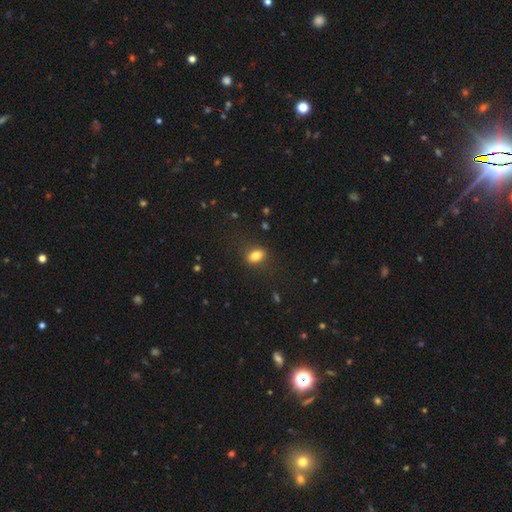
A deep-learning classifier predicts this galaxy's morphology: This appears to be a smooth galaxy with no disk features (82%) that is in between round and cigar-shaped (81%). Merging: none (83%).